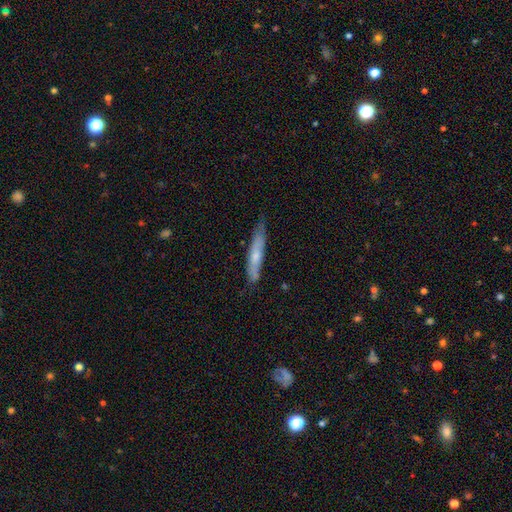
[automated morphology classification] The model was most divided on "smooth or featured": smooth: 53%, featured or disk: 41%, star or artifact: 6%. More confident: how rounded — cigar-shaped (90%); merging — none (71%).